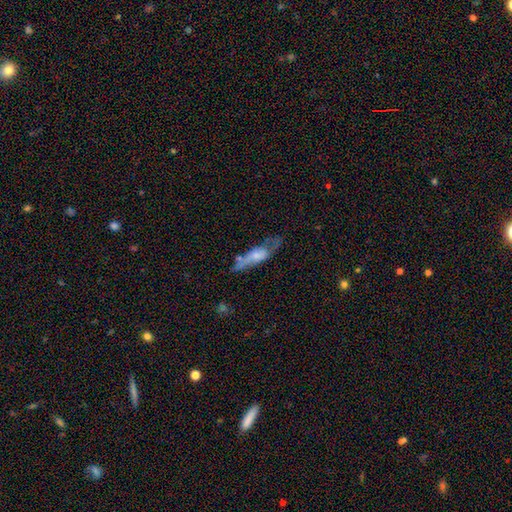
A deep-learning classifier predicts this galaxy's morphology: The model was most divided on "smooth or featured": smooth: 48%, featured or disk: 45%, star or artifact: 7%. Remaining: merging — none (41%).